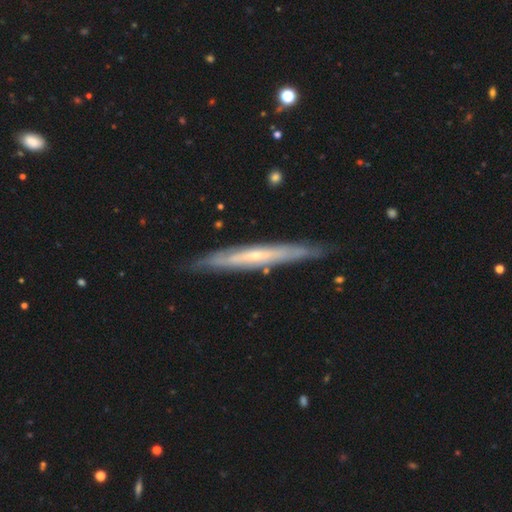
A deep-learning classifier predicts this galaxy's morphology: type=featured or disk (71%); edge-on=yes (80%); edge-on bulge=none (50%); merging=none (82%).